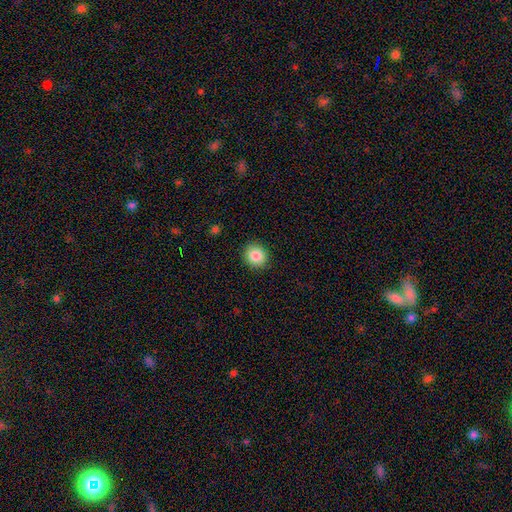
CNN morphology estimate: Smooth or featured: smooth — 86% (star or artifact — 9%)
How rounded: round — 84% (in between — 15%)
Merging: none — 91% (minor disturbance — 6%)